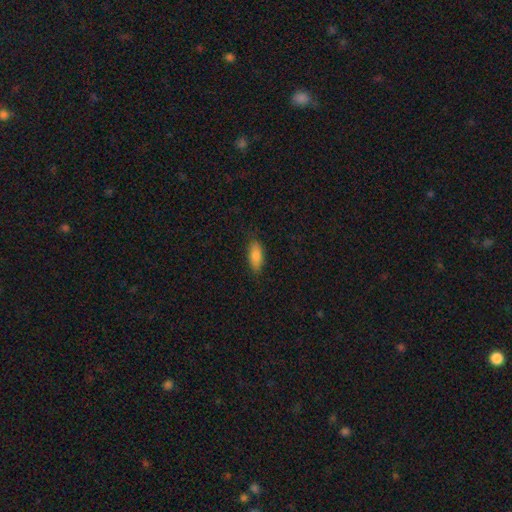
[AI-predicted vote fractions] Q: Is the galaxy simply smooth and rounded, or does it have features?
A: smooth — 83%.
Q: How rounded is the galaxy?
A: in between — 79%.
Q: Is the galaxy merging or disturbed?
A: none — 83%.